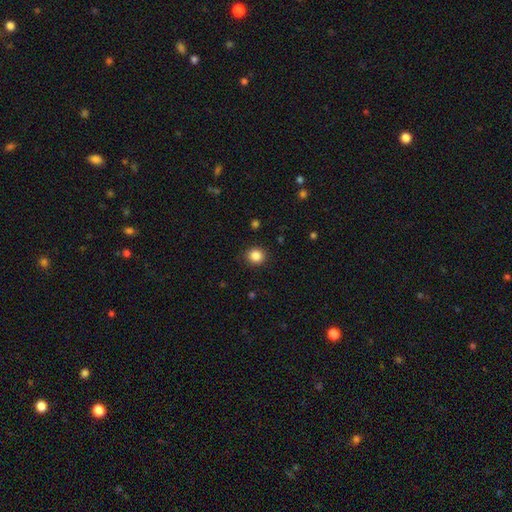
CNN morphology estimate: Smooth or featured: smooth — 86% (star or artifact — 10%)
How rounded: round — 85% (in between — 14%)
Merging: none — 89% (minor disturbance — 7%)